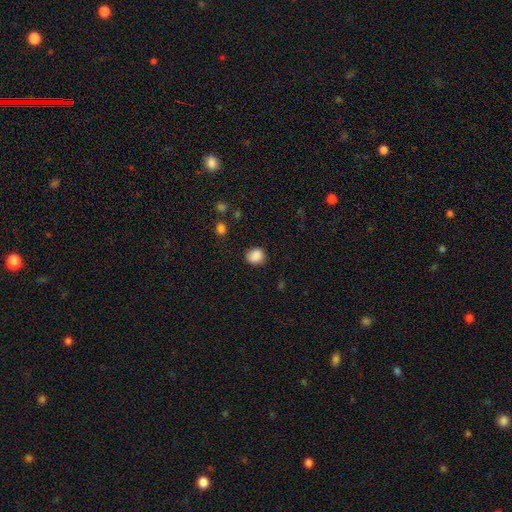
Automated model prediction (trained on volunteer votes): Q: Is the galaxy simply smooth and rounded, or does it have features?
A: smooth — 87%.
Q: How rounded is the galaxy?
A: round — 73%.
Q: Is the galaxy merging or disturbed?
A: none — 80%.